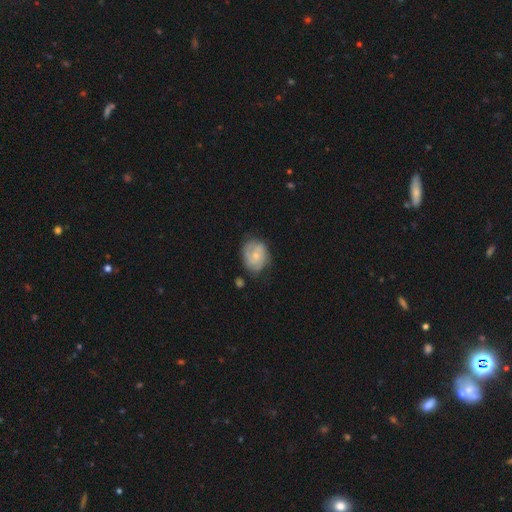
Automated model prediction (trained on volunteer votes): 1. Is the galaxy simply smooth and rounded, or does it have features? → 70% featured or disk, 24% smooth, 6% star or artifact.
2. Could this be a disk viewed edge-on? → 98% no, 2% yes.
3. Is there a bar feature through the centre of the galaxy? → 69% no, 27% weak, 4% strong.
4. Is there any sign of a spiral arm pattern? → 92% yes, 8% no.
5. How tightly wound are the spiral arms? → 54% tight, 36% medium, 10% loose.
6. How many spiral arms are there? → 38% 2, 27% 3, 24% can't tell, 5% 4, 4% 1, 3% more than 4.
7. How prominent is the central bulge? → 59% small, 37% moderate, 3% none, 1% large, 1% dominant.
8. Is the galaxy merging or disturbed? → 68% none, 23% minor disturbance, 7% major disturbance, 2% merger.